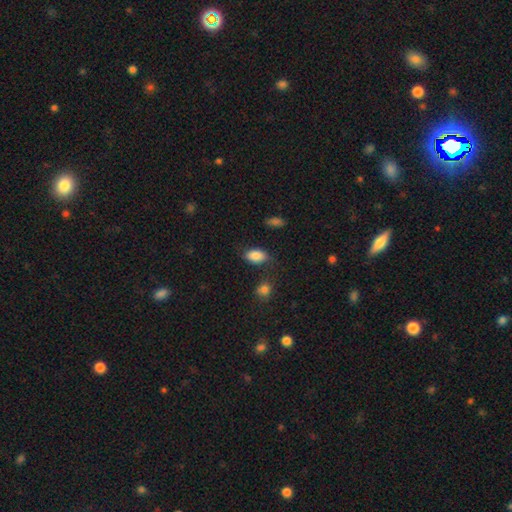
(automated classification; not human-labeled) smooth-or-featured: smooth: 85% | star or artifact: 8% | featured or disk: 7%
  how-rounded: in between: 91% | round: 7% | cigar-shaped: 2%
  merging: none: 73% | minor disturbance: 17% | merger: 5% | major disturbance: 4%